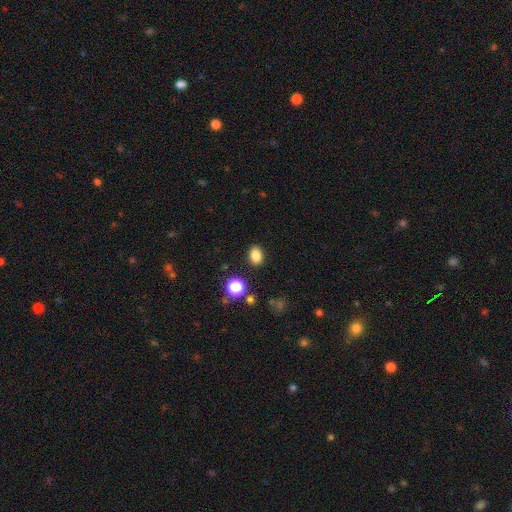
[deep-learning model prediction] smooth-or-featured: smooth: 83% | star or artifact: 13% | featured or disk: 4%
  how-rounded: in between: 71% | round: 27% | cigar-shaped: 1%
  merging: none: 87% | minor disturbance: 8% | major disturbance: 2% | merger: 2%